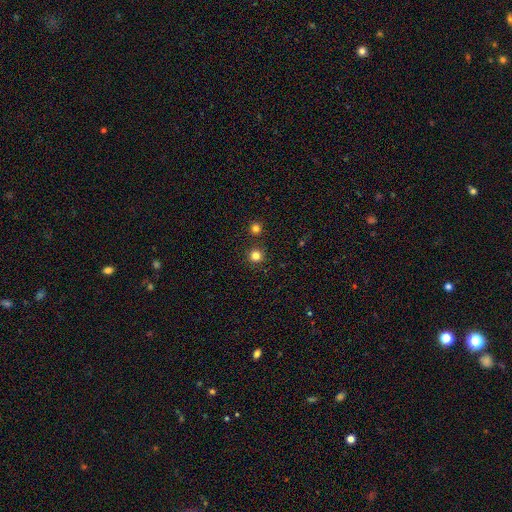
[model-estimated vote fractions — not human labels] Smooth or featured? smooth (80%)
How rounded? round (96%)
Merging? none (89%)